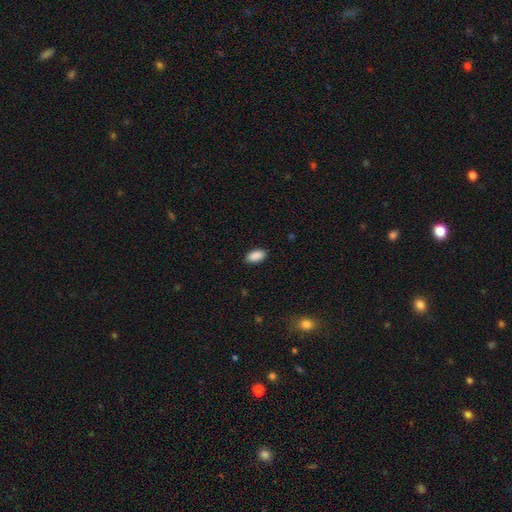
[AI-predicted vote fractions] This is clearly a smooth galaxy (90%). How rounded: clearly in between (94%). Merging: clearly none (88%).